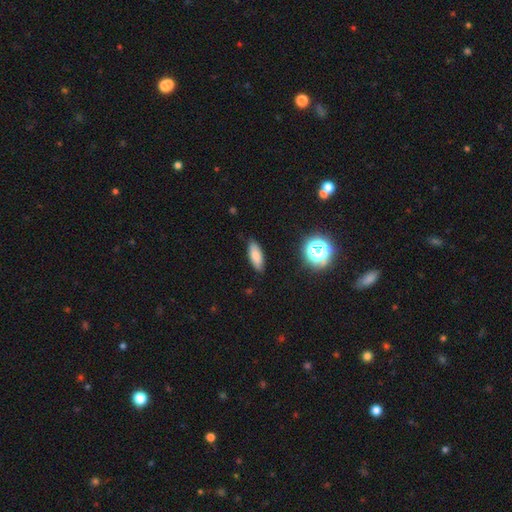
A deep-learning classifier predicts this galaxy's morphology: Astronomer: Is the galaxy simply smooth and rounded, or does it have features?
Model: smooth — 79%.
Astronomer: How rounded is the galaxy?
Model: in between — 69%.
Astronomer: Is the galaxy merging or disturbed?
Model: none — 86%.